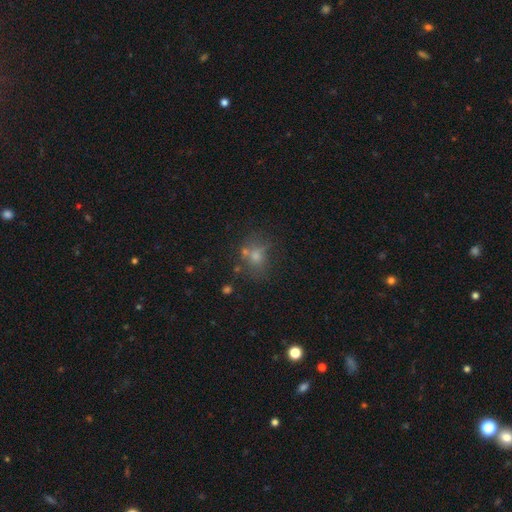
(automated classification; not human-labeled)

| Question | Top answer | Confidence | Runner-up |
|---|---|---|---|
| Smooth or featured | smooth | 58% | star or artifact (24%) |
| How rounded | round | 64% | in between (34%) |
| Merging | none | 58% | minor disturbance (17%) |